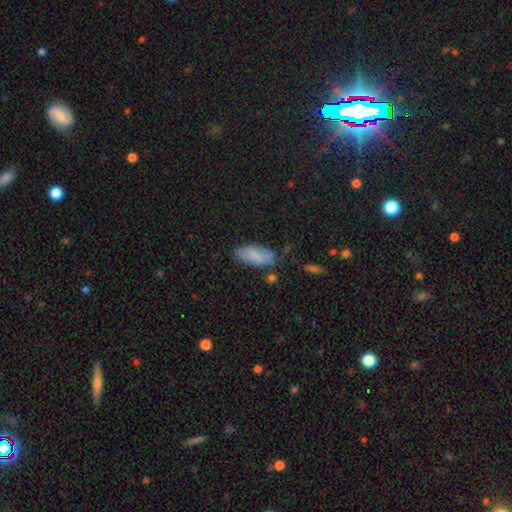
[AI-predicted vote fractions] A smooth galaxy with no disk features (75%) that is in between round and cigar-shaped (84%).

Vote fractions:
- Smooth or featured? smooth: 75% / featured or disk: 17% / star or artifact: 8%
- How rounded? in between: 84% / cigar-shaped: 14% / round: 2%
- Merging? none: 70% / minor disturbance: 22% / major disturbance: 5% / merger: 4%